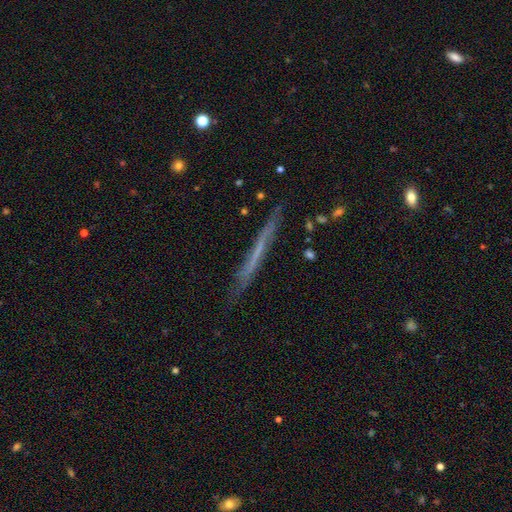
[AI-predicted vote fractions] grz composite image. It shows a featured or disk galaxy (51%) viewed edge-on (95%). Merging: none (88%).